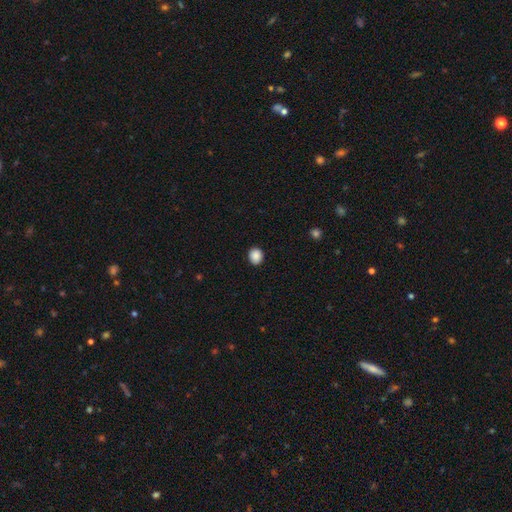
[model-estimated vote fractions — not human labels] A smooth galaxy with no disk features (89%) that is round (74%). Merging: none (91%).